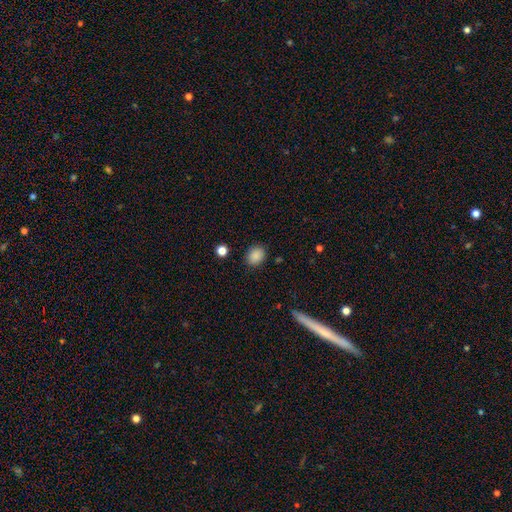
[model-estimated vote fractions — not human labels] Smooth or featured: smooth — 87% (star or artifact — 9%)
How rounded: round — 50% (in between — 49%)
Merging: none — 87% (minor disturbance — 9%)